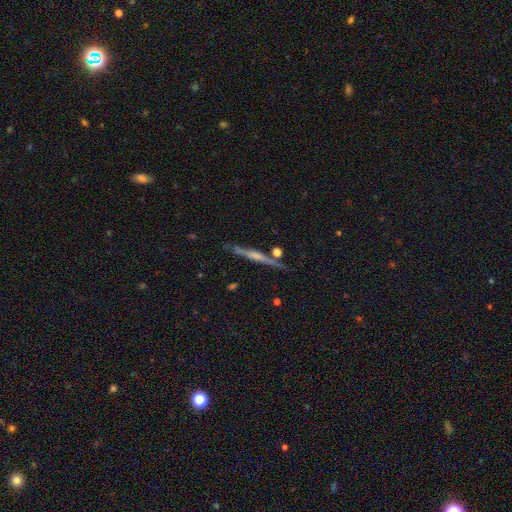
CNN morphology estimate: smooth-or-featured: featured or disk: 68% | smooth: 23% | star or artifact: 8%
  disk-edge-on: yes: 96% | no: 4%
    edge-on-bulge: rounded: 45% | none: 39% | boxy: 15%
  merging: none: 82% | minor disturbance: 11% | merger: 4% | major disturbance: 3%